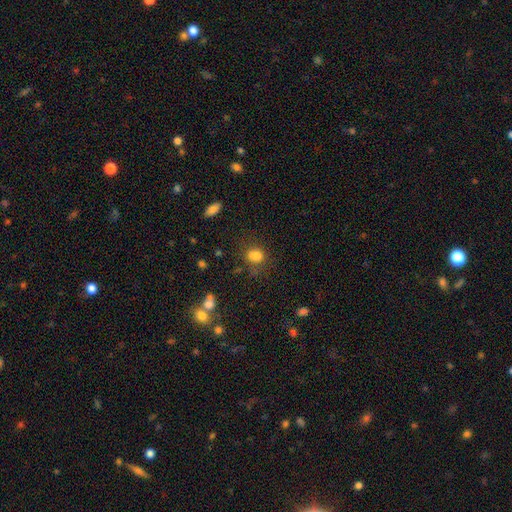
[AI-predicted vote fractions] Smooth or featured? smooth (75%)
How rounded? in between (52%)
Merging? none (48%)